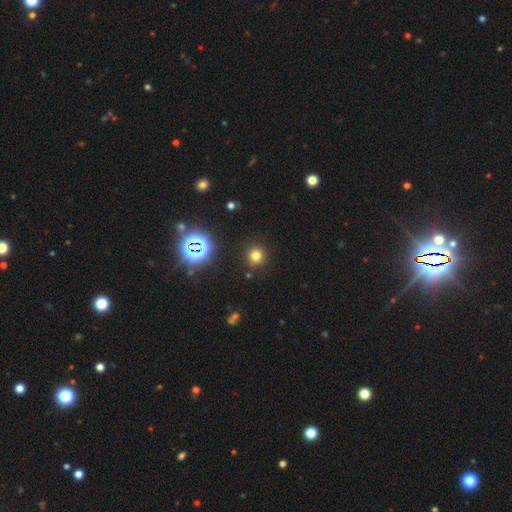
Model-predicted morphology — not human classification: smooth_or_featured: smooth (p=0.71) [alt: star or artifact p=0.22]
how_rounded: round (p=0.93) [alt: in between p=0.06]
merging: none (p=0.90) [alt: minor disturbance p=0.06]